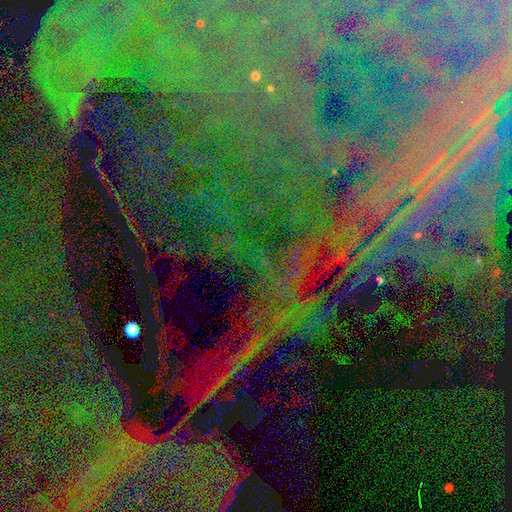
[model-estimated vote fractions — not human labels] Q: Smooth or featured?
A: star or artifact (82%); runner-up: featured or disk (9%)